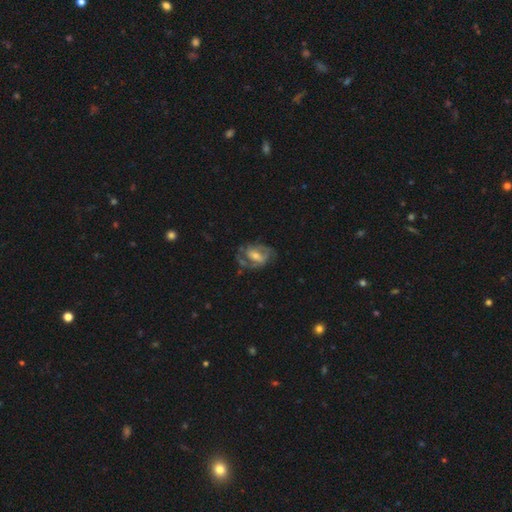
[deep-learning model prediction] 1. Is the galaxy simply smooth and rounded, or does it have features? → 70% featured or disk, 24% smooth, 6% star or artifact.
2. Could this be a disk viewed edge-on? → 96% no, 4% yes.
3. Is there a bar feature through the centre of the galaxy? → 42% weak, 30% no, 29% strong.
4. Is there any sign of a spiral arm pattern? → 74% yes, 26% no.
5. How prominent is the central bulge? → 51% moderate, 36% small, 8% large, 4% none, 1% dominant.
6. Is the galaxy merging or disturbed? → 54% none, 23% minor disturbance, 20% major disturbance, 3% merger.